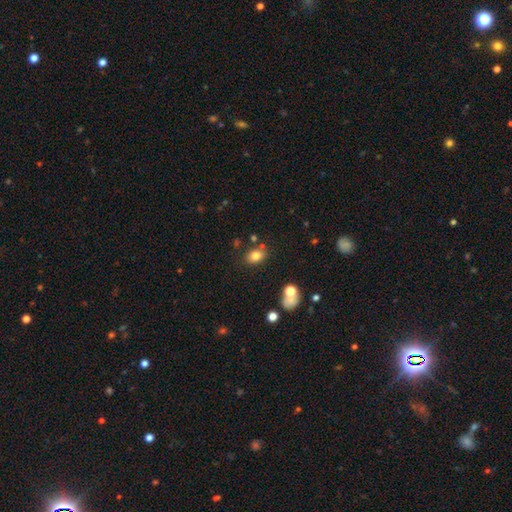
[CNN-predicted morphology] This appears to be a smooth galaxy with no disk features (80%) that is in between round and cigar-shaped (71%). Merging: none (76%).